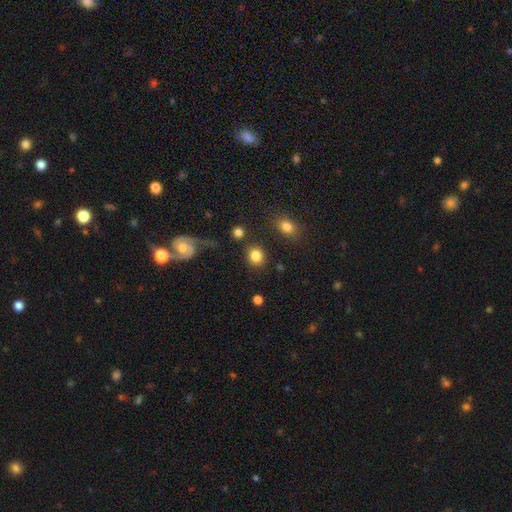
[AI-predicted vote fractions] Smooth or featured?
  - smooth: 84% *
  - star or artifact: 10%
  - featured or disk: 7%
How rounded?
  - round: 81% *
  - in between: 18%
  - cigar-shaped: 1%
Merging?
  - none: 82% *
  - minor disturbance: 9%
  - merger: 5%
  - major disturbance: 4%